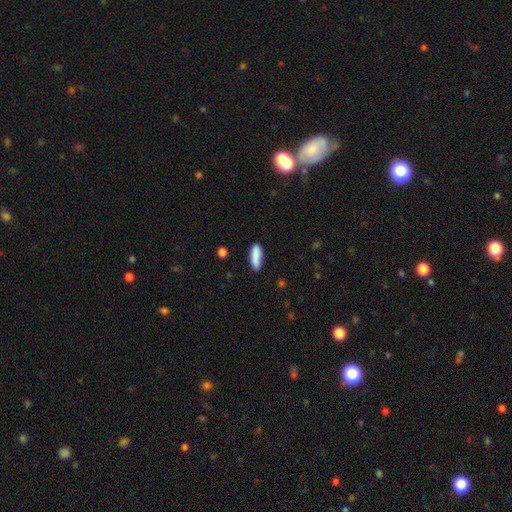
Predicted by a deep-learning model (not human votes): smooth 87%, featured or disk 6%, star or artifact 6%. Down the decision tree: how rounded — cigar-shaped (51%); merging — none (82%).